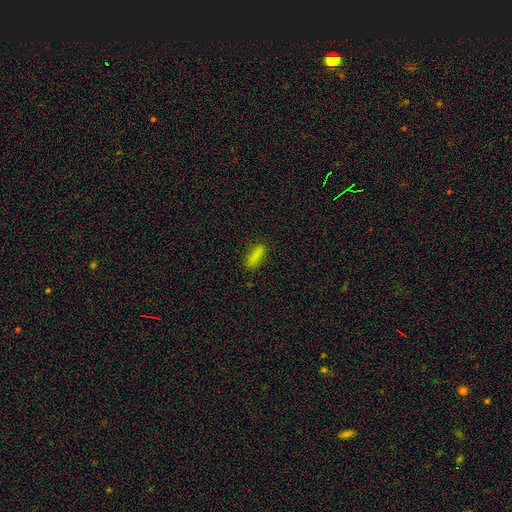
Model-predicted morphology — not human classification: A smooth galaxy with no disk features (82%) that is cigar-shaped (55%).

Vote fractions:
- Smooth or featured? smooth: 82% / star or artifact: 11% / featured or disk: 7%
- How rounded? cigar-shaped: 55% / in between: 43% / round: 3%
- Merging? none: 82% / minor disturbance: 13% / major disturbance: 3% / merger: 2%